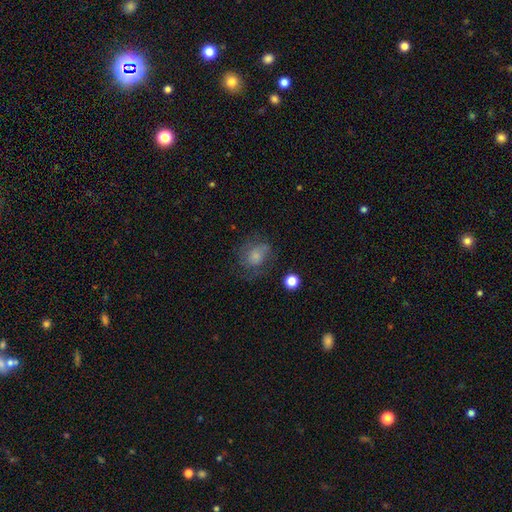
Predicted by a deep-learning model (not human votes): Smooth or featured? smooth (62%)
How rounded? round (57%)
Merging? none (49%)